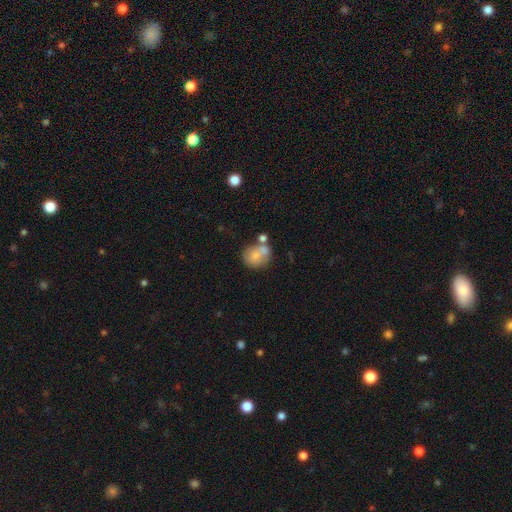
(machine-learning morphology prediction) Overall: smooth (68%). How rounded: round (62%; in between 37%). Merging: none (36%, tied with merger).